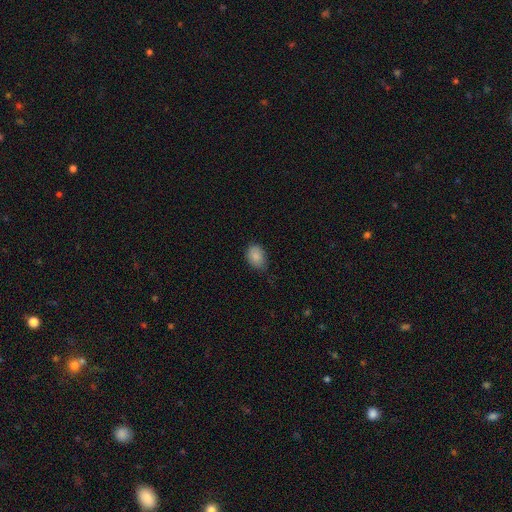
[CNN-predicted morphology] This is clearly a smooth galaxy (86%). How rounded: likely in between (74%). Merging: likely none (65%).